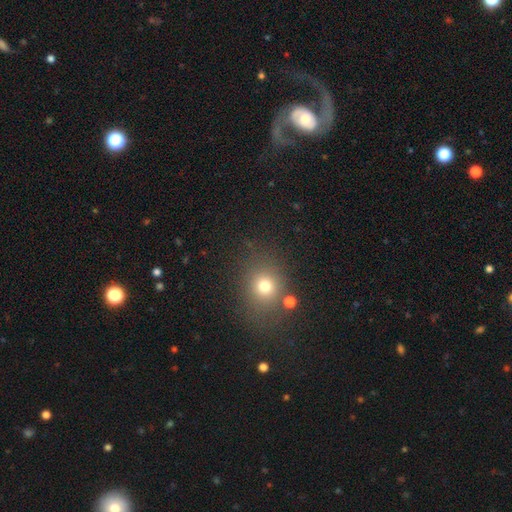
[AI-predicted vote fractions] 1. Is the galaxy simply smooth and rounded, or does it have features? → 57% smooth, 23% featured or disk, 21% star or artifact.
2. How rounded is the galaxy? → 71% round, 27% in between, 1% cigar-shaped.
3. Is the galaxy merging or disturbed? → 76% none, 11% minor disturbance, 6% merger, 6% major disturbance.